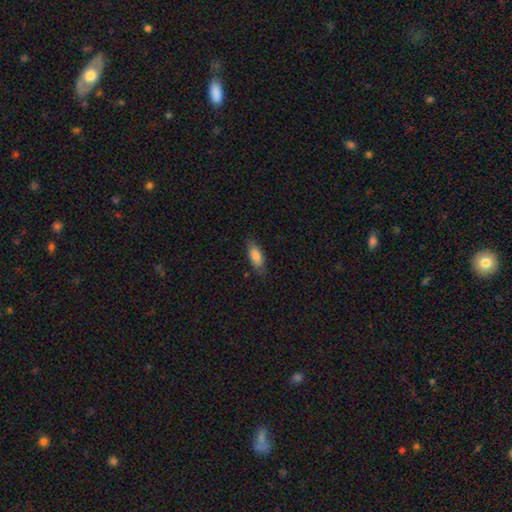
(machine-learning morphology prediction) Smooth or featured: smooth — 85% (featured or disk — 9%)
How rounded: in between — 75% (cigar-shaped — 23%)
Merging: none — 79% (minor disturbance — 16%)